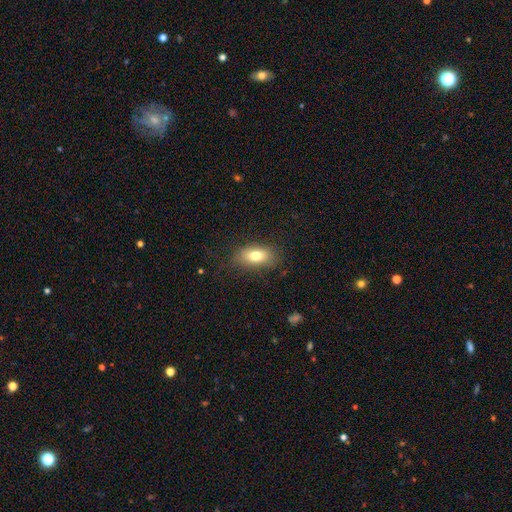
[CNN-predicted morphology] Smooth or featured? smooth (78%)
How rounded? in between (86%)
Merging? none (81%)